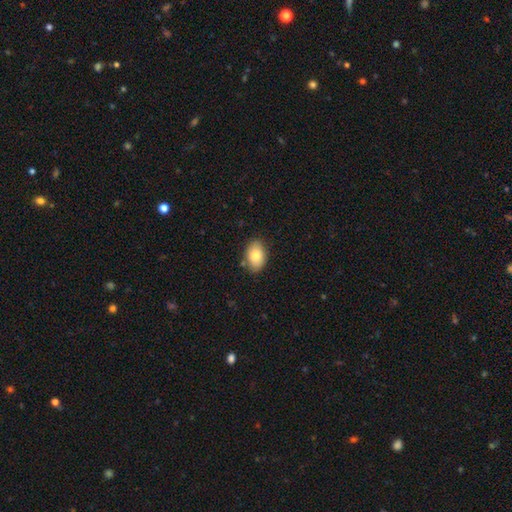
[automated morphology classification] Smooth or featured? Predicted: smooth (p=0.82). How rounded? Predicted: in between (p=0.87). Merging? Predicted: none (p=0.81).